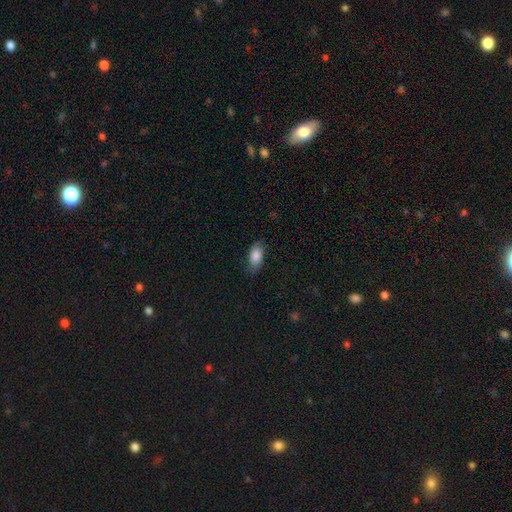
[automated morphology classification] This is clearly a smooth galaxy (80%). How rounded: clearly in between (91%). Merging: likely none (74%).